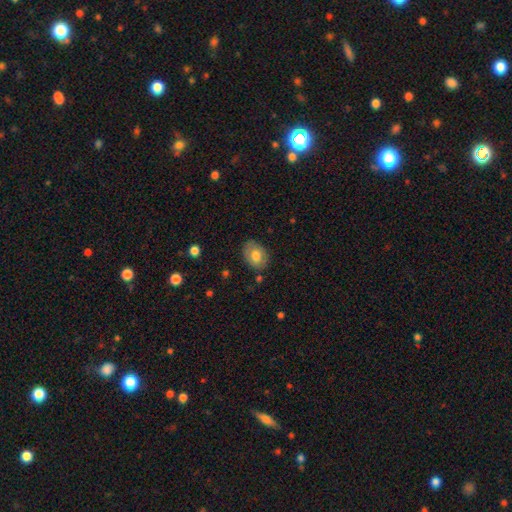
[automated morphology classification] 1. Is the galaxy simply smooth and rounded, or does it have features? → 73% smooth, 19% featured or disk, 7% star or artifact.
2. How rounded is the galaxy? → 69% in between, 30% round, 1% cigar-shaped.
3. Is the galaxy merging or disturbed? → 80% none, 15% minor disturbance, 3% major disturbance, 2% merger.